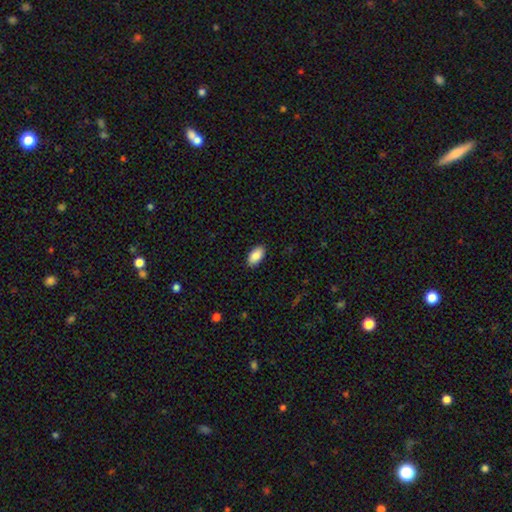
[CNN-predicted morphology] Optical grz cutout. It shows a smooth galaxy with no disk features (89%) that is in between round and cigar-shaped (95%). Merging: none (89%).